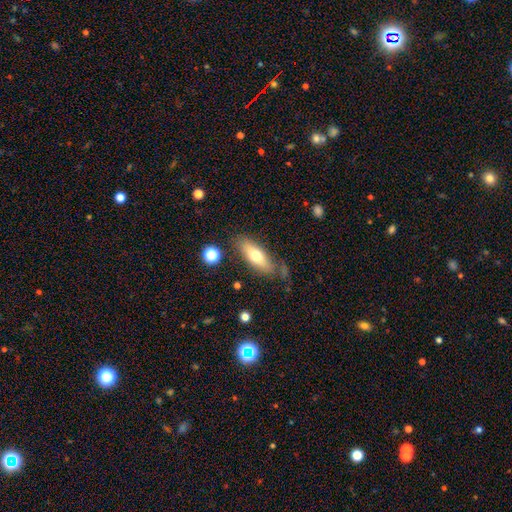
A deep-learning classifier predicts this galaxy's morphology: This is likely a smooth galaxy (65%). How rounded: likely in between (64%). Merging: likely none (68%).